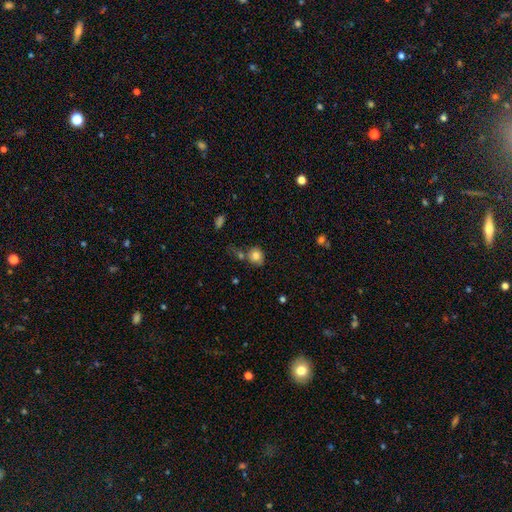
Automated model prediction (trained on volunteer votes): Smooth or featured: smooth — 80% (featured or disk — 10%)
How rounded: round — 73% (in between — 26%)
Merging: none — 58% (minor disturbance — 18%)